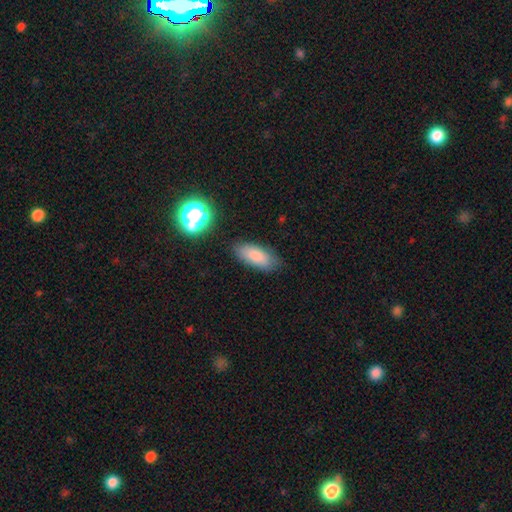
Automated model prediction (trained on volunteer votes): A smooth galaxy with no disk features (84%) that is in between round and cigar-shaped (80%). Merging: none (80%).